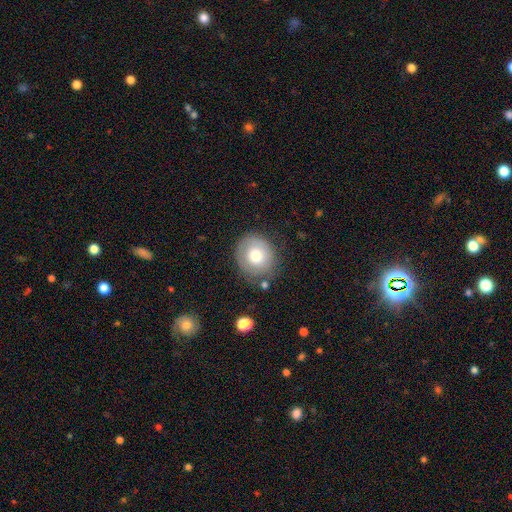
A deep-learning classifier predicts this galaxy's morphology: The model was most divided on "smooth or featured": smooth: 70%, featured or disk: 21%, star or artifact: 9%. More confident: how rounded — round (83%); merging — none (74%).